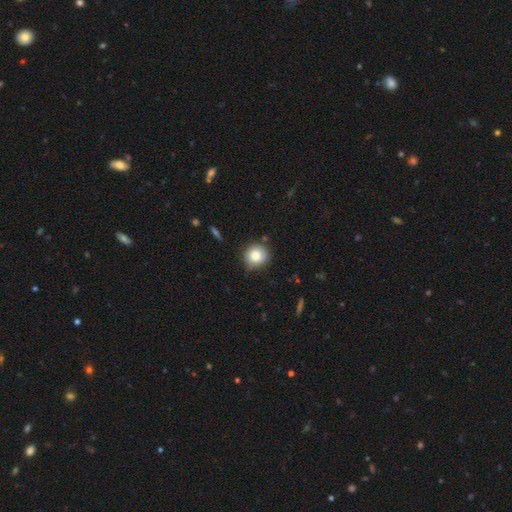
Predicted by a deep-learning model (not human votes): A smooth galaxy with no disk features (83%) that is round (88%).

Vote fractions:
- Smooth or featured? smooth: 83% / star or artifact: 9% / featured or disk: 8%
- How rounded? round: 88% / in between: 11% / cigar-shaped: 1%
- Merging? none: 79% / minor disturbance: 15% / major disturbance: 3% / merger: 3%